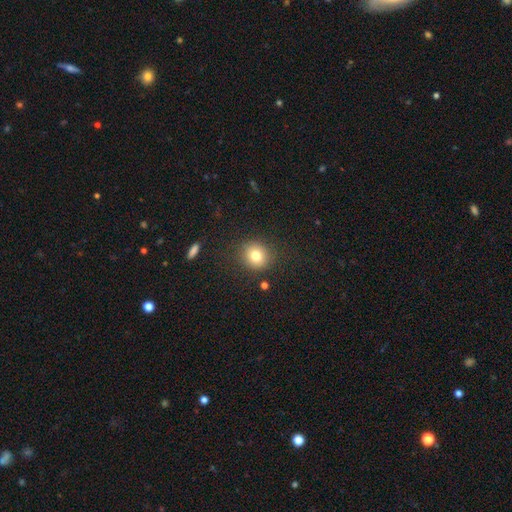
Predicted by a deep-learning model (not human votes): smooth_or_featured: smooth (p=0.78) [alt: star or artifact p=0.12]
how_rounded: round (p=0.85) [alt: in between p=0.14]
merging: none (p=0.86) [alt: minor disturbance p=0.08]